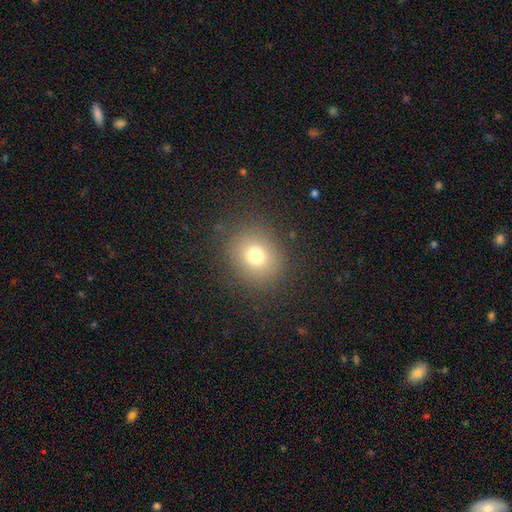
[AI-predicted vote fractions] Overall: smooth (75%). How rounded: round (80%). Merging: none (87%).